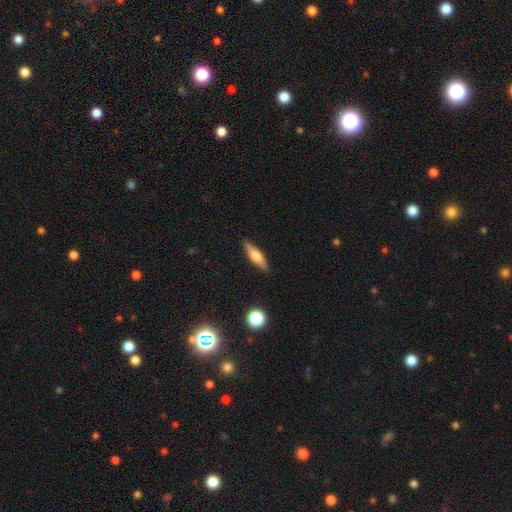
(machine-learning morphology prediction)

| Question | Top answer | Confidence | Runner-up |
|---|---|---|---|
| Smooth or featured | featured or disk | 51% | smooth (43%) |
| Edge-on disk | yes | 94% | no (6%) |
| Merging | none | 89% | minor disturbance (8%) |